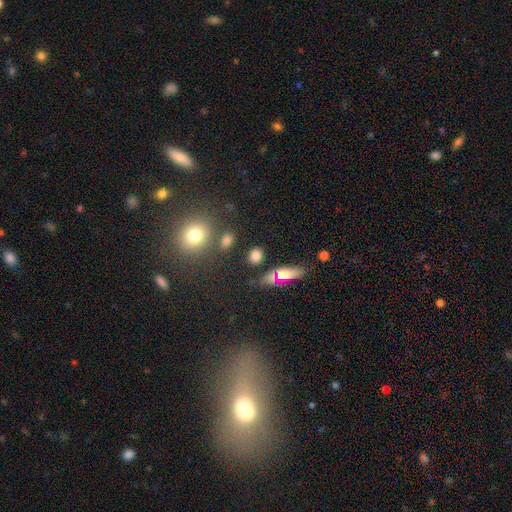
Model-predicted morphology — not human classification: Smooth or featured? Predicted: smooth (p=0.80). How rounded? Predicted: round (p=0.51). Merging? Predicted: none (p=0.79).